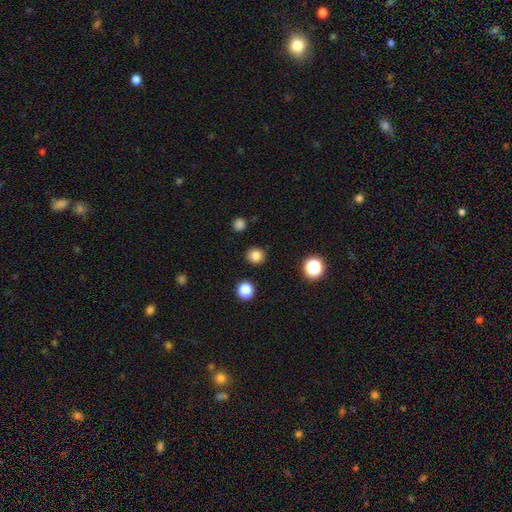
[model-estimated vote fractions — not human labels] smooth 82%, star or artifact 14%, featured or disk 5%. Down the decision tree: how rounded — round (90%); merging — none (90%).